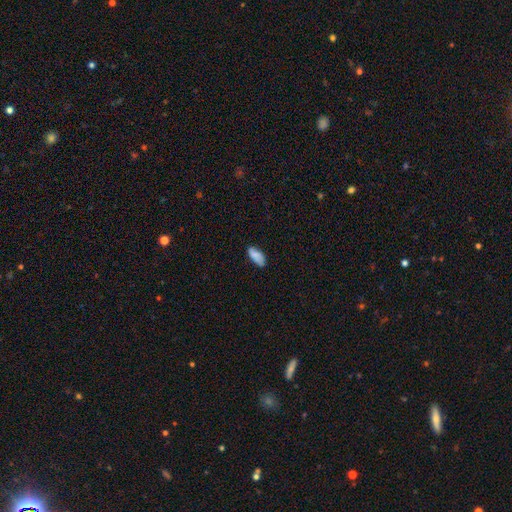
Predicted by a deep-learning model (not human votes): Smooth or featured? smooth (83%)
How rounded? in between (88%)
Merging? none (72%)